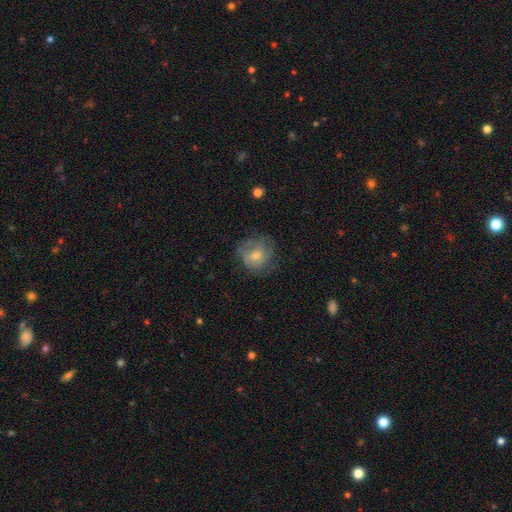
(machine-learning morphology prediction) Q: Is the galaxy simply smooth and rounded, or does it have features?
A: featured or disk — 48%.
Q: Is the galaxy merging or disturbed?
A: none — 65%.